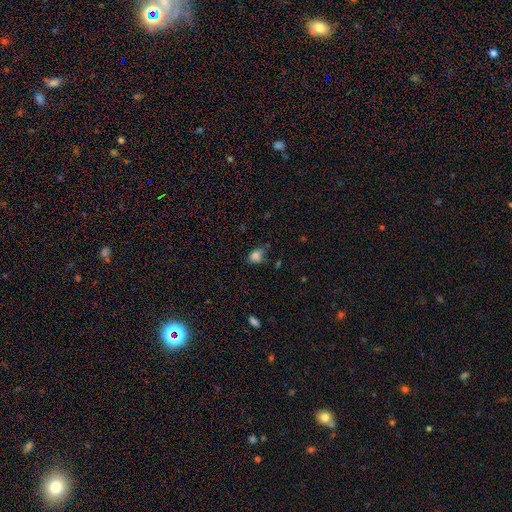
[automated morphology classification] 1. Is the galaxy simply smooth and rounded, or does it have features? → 81% smooth, 12% star or artifact, 7% featured or disk.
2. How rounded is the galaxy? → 67% in between, 32% round, 1% cigar-shaped.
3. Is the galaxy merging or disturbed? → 52% none, 32% minor disturbance, 10% major disturbance, 6% merger.